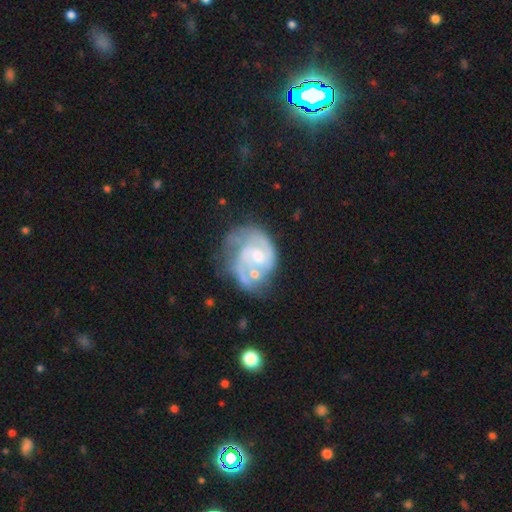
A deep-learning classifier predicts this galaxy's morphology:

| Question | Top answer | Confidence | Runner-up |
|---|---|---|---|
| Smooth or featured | featured or disk | 82% | smooth (12%) |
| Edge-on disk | no | 98% | yes (2%) |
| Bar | no | 58% | weak (36%) |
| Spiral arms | yes | 89% | no (11%) |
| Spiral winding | medium | 45% | tight (40%) |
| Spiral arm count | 2 | 59% | can't tell (18%) |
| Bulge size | moderate | 49% | small (38%) |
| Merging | none | 41% | minor disturbance (23%) |